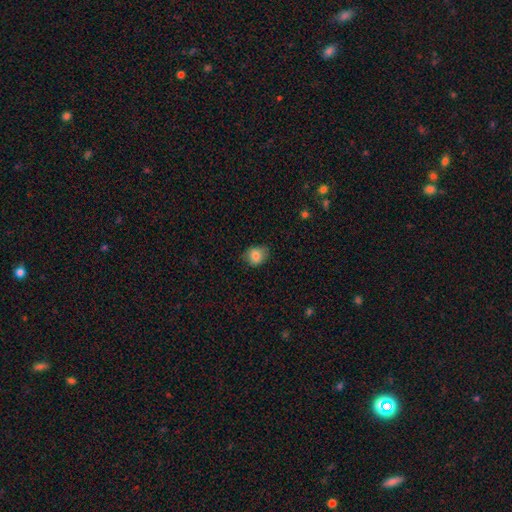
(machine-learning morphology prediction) The model was most divided on "how rounded": round: 58%, in between: 41%, cigar-shaped: 1%. More confident: smooth or featured — smooth (83%); merging — none (74%).